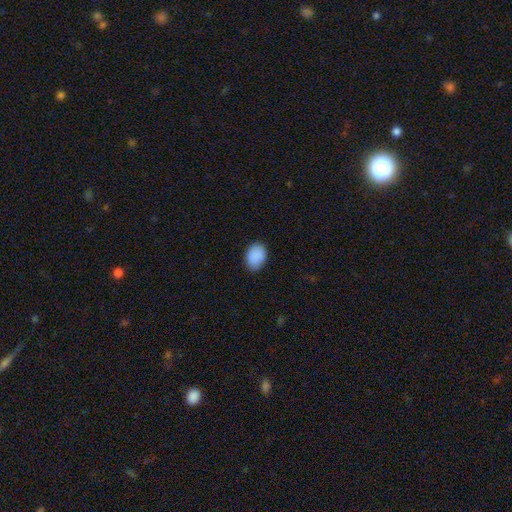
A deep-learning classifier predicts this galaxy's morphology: smooth-or-featured: smooth: 90% | star or artifact: 7% | featured or disk: 3%
  how-rounded: in between: 80% | round: 19% | cigar-shaped: 1%
  merging: none: 81% | minor disturbance: 16% | major disturbance: 3% | merger: 1%